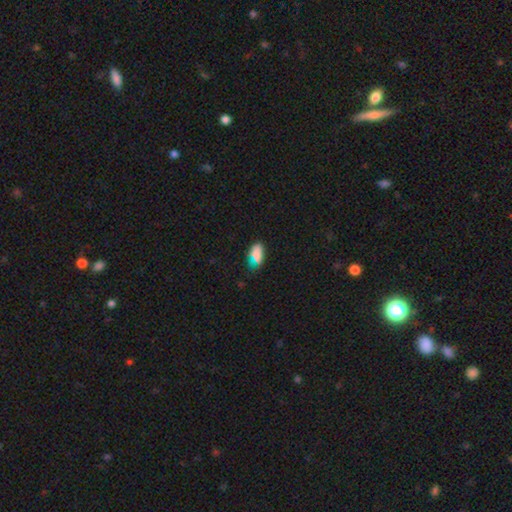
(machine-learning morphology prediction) The model was most divided on "merging": none: 69%, minor disturbance: 22%, major disturbance: 5%, merger: 4%. More confident: how rounded — in between (89%); smooth or featured — smooth (79%).